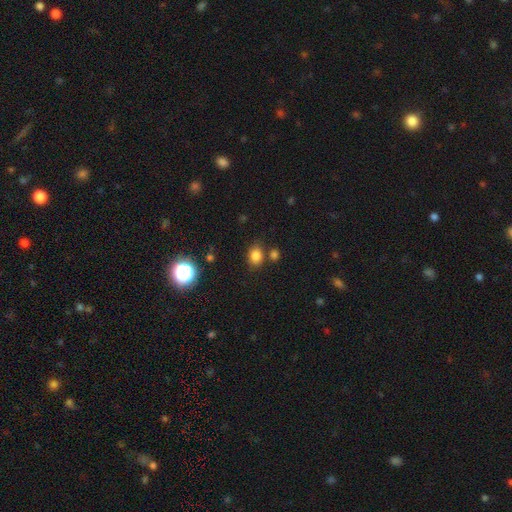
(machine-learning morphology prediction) The model was most divided on "how rounded": in between: 50%, round: 49%, cigar-shaped: 1%. More confident: smooth or featured — smooth (80%); merging — none (75%).